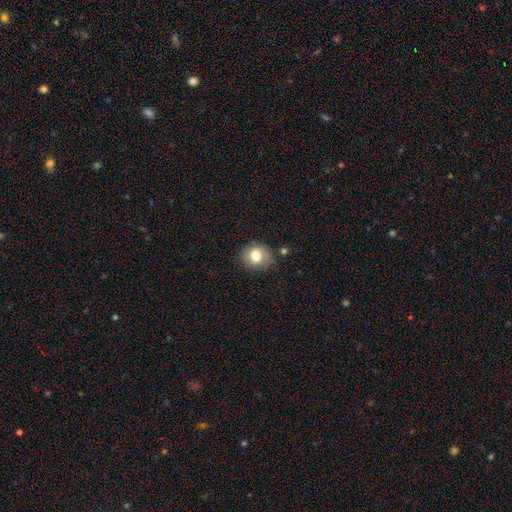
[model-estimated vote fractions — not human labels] Morphology: type=smooth (77%); roundness=round (72%); merging=none (75%).